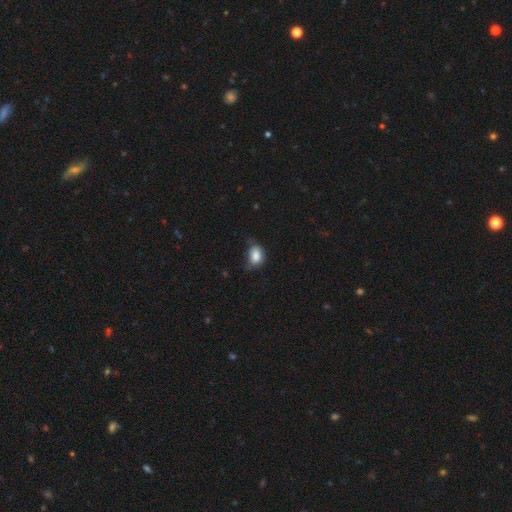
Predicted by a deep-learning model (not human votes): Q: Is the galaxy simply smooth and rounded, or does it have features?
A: smooth — 84%.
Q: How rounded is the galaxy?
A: in between — 74%.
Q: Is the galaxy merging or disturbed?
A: none — 46%.